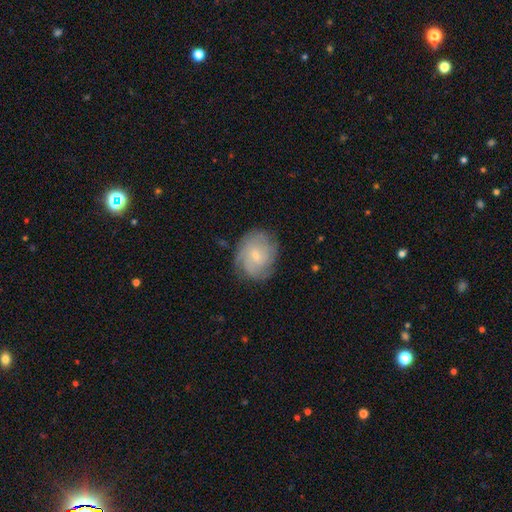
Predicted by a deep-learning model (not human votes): A featured or disk galaxy (63%) with no bar (69%), tight (61%) spiral arms (89%) and a small central bulge (73%). Merging: none (75%).